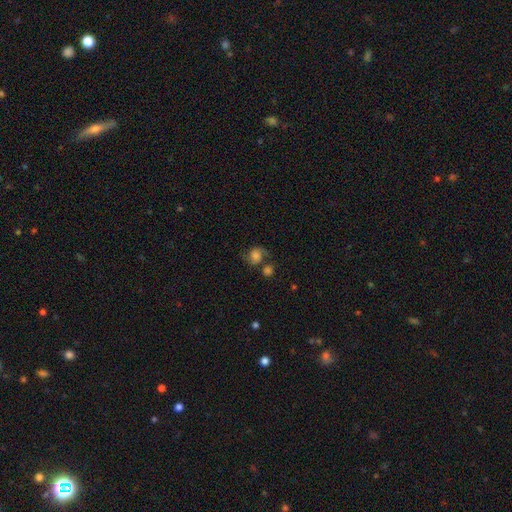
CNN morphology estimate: The model was most divided on "smooth or featured": smooth: 49%, featured or disk: 39%, star or artifact: 12%. More confident: merging — none (50%).